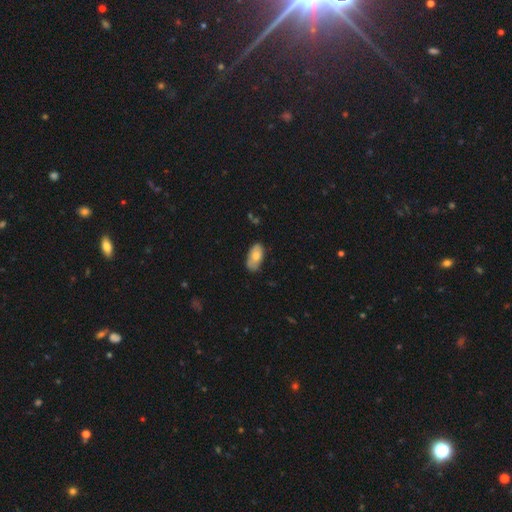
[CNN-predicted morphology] Smooth or featured?
  - smooth: 71% *
  - featured or disk: 23%
  - star or artifact: 6%
How rounded?
  - in between: 93% *
  - cigar-shaped: 4%
  - round: 3%
Merging?
  - none: 70% *
  - minor disturbance: 24%
  - major disturbance: 4%
  - merger: 2%